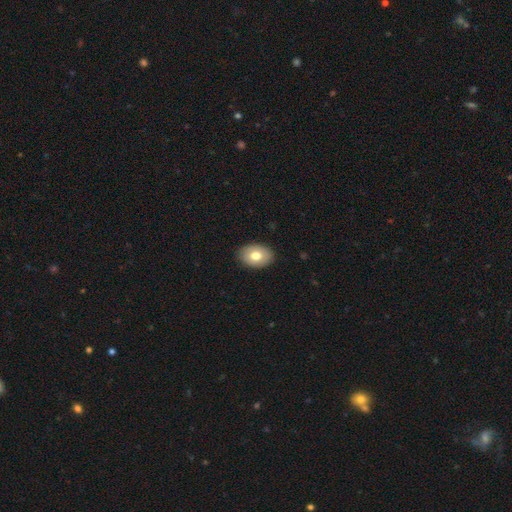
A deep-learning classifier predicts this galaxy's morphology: smooth_or_featured: smooth (p=0.73) [alt: featured or disk p=0.20]
how_rounded: in between (p=0.82) [alt: round p=0.17]
merging: none (p=0.89) [alt: minor disturbance p=0.08]